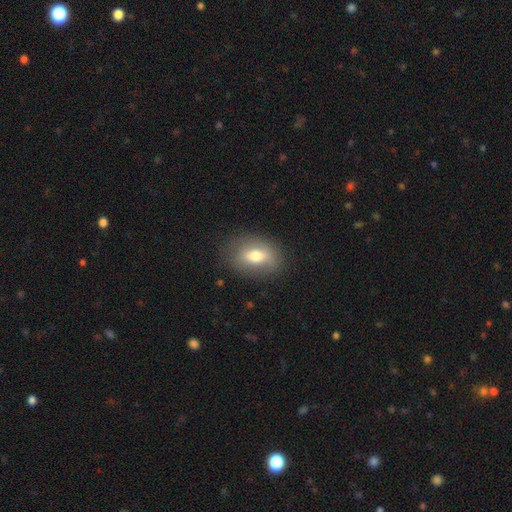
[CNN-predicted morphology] A smooth galaxy with no disk features (60%) that is in between round and cigar-shaped (77%).

Vote fractions:
- Smooth or featured? smooth: 60% / featured or disk: 32% / star or artifact: 9%
- How rounded? in between: 77% / round: 20% / cigar-shaped: 2%
- Merging? none: 77% / minor disturbance: 16% / major disturbance: 6% / merger: 1%